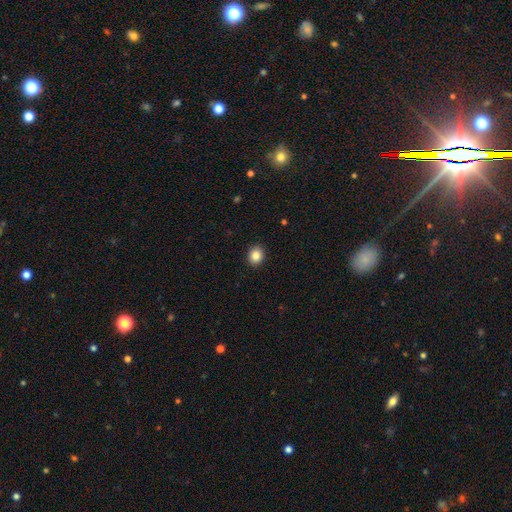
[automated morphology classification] The model was most divided on "how rounded": round: 63%, in between: 36%, cigar-shaped: 1%. More confident: merging — none (92%); smooth or featured — smooth (86%).